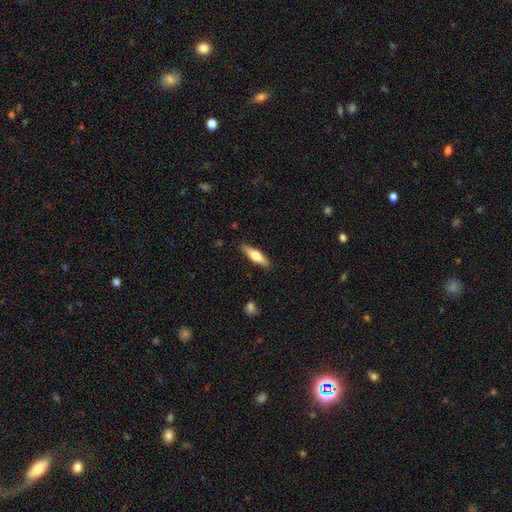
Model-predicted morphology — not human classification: smooth 53%, featured or disk 41%, star or artifact 5%. Down the decision tree: how rounded — cigar-shaped (64%); merging — none (88%).